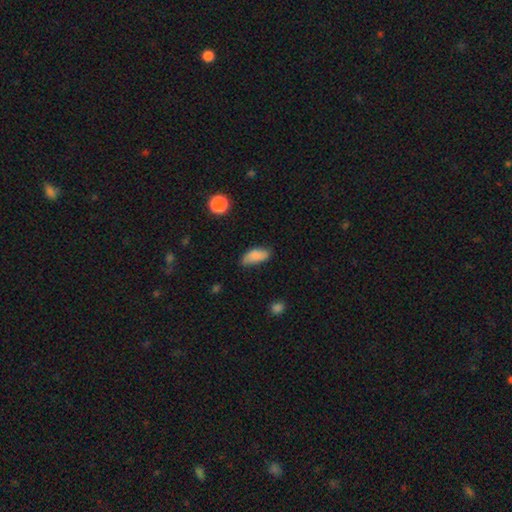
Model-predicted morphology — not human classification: Smooth or featured: smooth — 84% (featured or disk — 8%)
How rounded: in between — 89% (cigar-shaped — 7%)
Merging: none — 63% (minor disturbance — 29%)